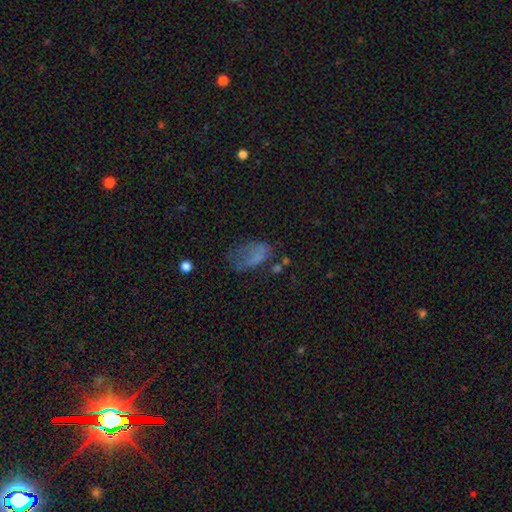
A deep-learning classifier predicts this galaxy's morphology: Smooth or featured: smooth — 58% (featured or disk — 26%)
How rounded: in between — 88% (round — 8%)
Merging: major disturbance — 37% (none — 32%)